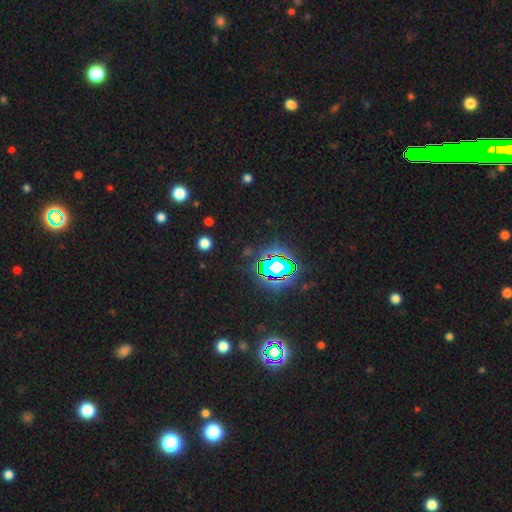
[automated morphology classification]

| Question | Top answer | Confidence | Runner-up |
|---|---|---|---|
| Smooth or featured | star or artifact | 80% | smooth (12%) |